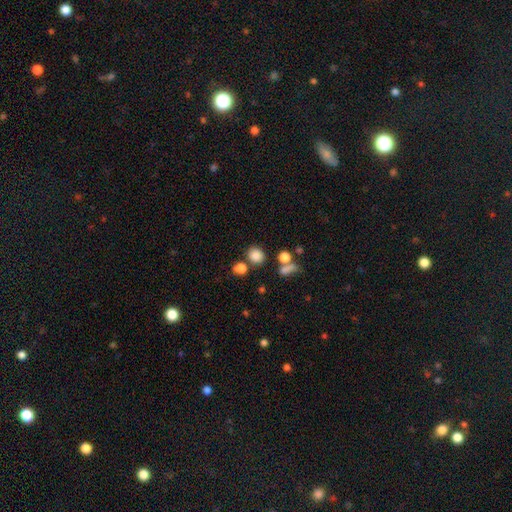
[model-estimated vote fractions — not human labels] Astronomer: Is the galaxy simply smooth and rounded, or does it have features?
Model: smooth — 82%.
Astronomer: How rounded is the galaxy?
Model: round — 78%.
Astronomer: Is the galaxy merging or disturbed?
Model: none — 71%.